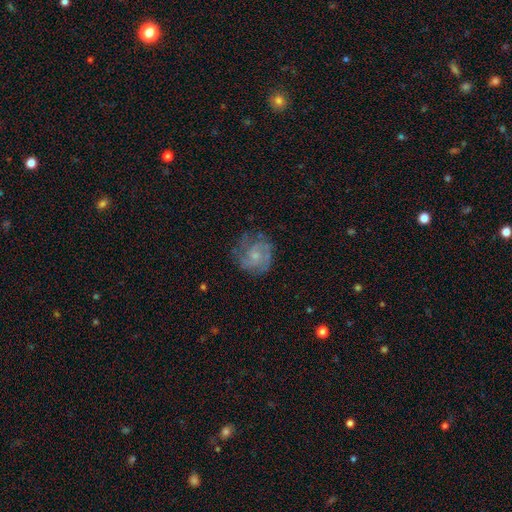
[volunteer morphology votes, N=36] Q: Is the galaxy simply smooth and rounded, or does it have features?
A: featured or disk — 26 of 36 (72%).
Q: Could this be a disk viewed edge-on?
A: no — 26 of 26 (100%).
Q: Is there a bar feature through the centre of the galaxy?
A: no — 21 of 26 (81%).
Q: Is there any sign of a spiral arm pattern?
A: yes — 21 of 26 (81%).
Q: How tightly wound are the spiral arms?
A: tight — 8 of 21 (38%, tied with medium).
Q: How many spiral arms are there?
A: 2 — 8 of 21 (38%, tied with can't tell).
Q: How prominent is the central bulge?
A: small — 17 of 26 (65%).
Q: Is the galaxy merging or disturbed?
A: none — 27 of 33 (82%).